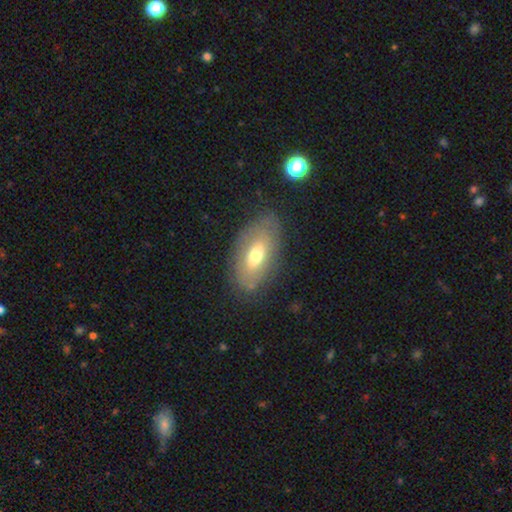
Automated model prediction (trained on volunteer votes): The model was most divided on "smooth or featured": smooth: 55%, featured or disk: 36%, star or artifact: 8%. More confident: how rounded — in between (90%); merging — none (76%).